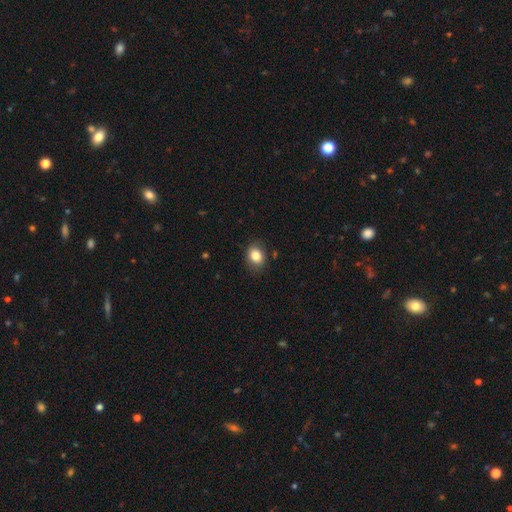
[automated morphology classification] A smooth galaxy with no disk features (83%) that is in between round and cigar-shaped (57%). Merging: none (81%).